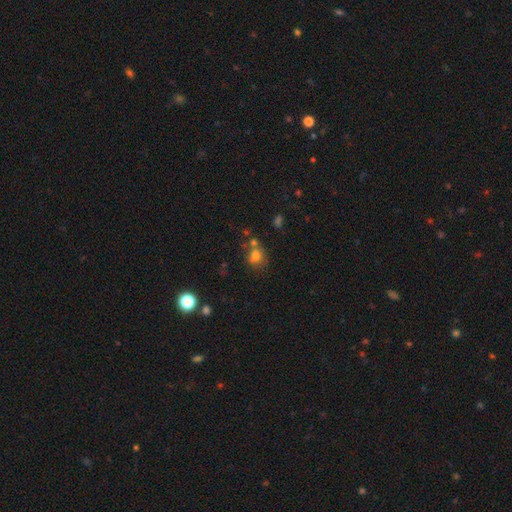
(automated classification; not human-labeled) The model was most divided on "merging": none: 54%, merger: 24%, minor disturbance: 16%, major disturbance: 6%. More confident: smooth or featured — smooth (73%); how rounded — round (70%).